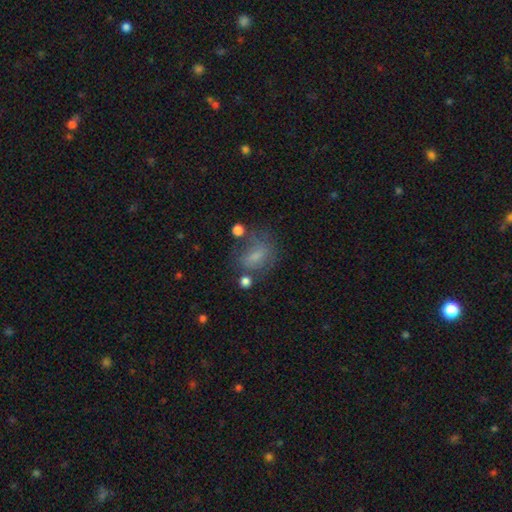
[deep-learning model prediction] This is possibly a smooth galaxy (60%). How rounded: likely in between (65%). Merging: possibly none (46%).